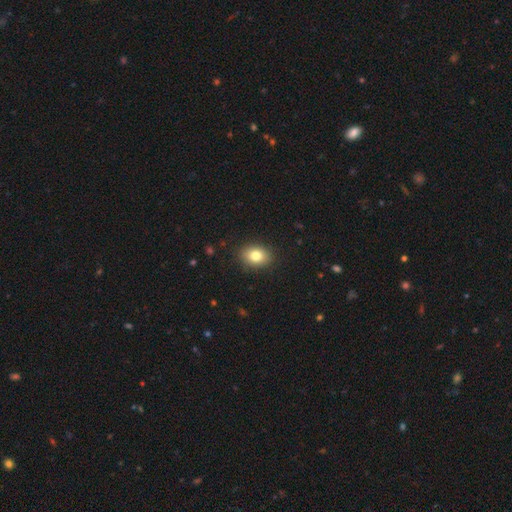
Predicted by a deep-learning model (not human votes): Smooth or featured?
  - smooth: 81% *
  - star or artifact: 10%
  - featured or disk: 10%
How rounded?
  - in between: 66% *
  - round: 33%
  - cigar-shaped: 1%
Merging?
  - none: 89% *
  - minor disturbance: 8%
  - major disturbance: 2%
  - merger: 1%